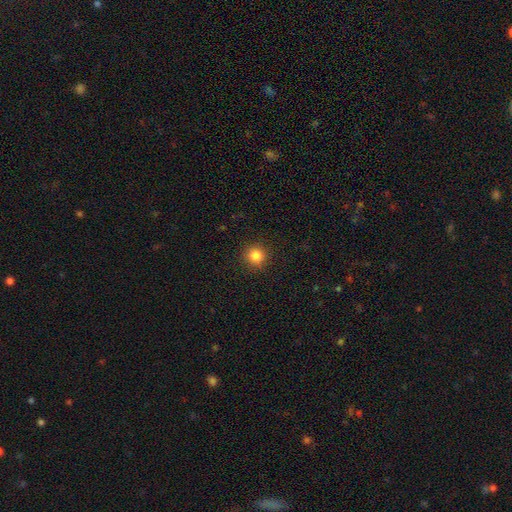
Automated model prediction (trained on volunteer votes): smooth_or_featured: smooth (p=0.84) [alt: star or artifact p=0.12]
how_rounded: round (p=0.93) [alt: in between p=0.06]
merging: none (p=0.91) [alt: minor disturbance p=0.06]